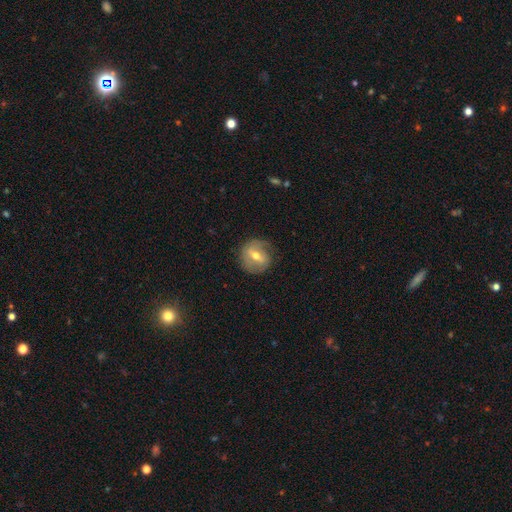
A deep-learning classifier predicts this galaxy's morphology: smooth-or-featured: featured or disk: 61% | smooth: 31% | star or artifact: 7%
  disk-edge-on: no: 95% | yes: 5%
    bar: weak: 45% | strong: 35% | no: 21%
    has-spiral-arms: yes: 69% | no: 31%
    bulge-size: moderate: 69% | small: 26% | large: 4% | none: 1% | dominant: 1%
  merging: none: 73% | minor disturbance: 18% | major disturbance: 8% | merger: 1%